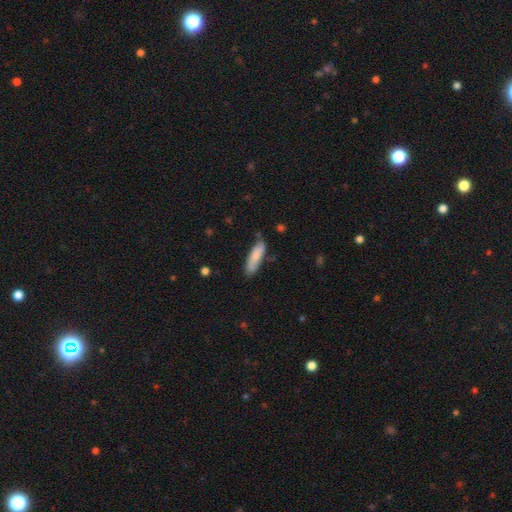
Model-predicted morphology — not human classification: smooth_or_featured: smooth (p=0.80) [alt: featured or disk p=0.14]
how_rounded: cigar-shaped (p=0.60) [alt: in between p=0.39]
merging: none (p=0.71) [alt: minor disturbance p=0.22]